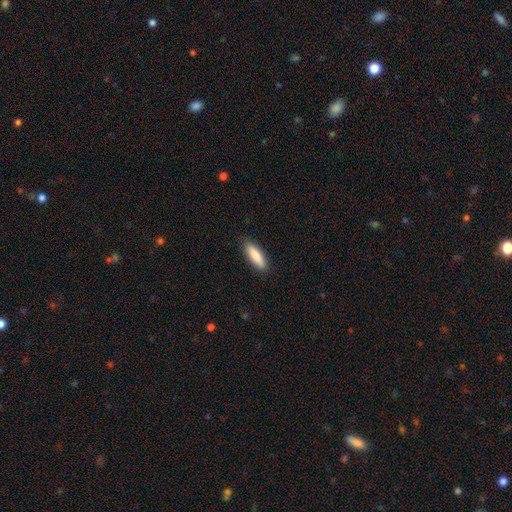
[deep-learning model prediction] Q: Smooth or featured?
A: smooth (86%); runner-up: featured or disk (8%)
Q: How rounded?
A: cigar-shaped (50%); runner-up: in between (48%)
Q: Merging?
A: none (88%); runner-up: minor disturbance (9%)